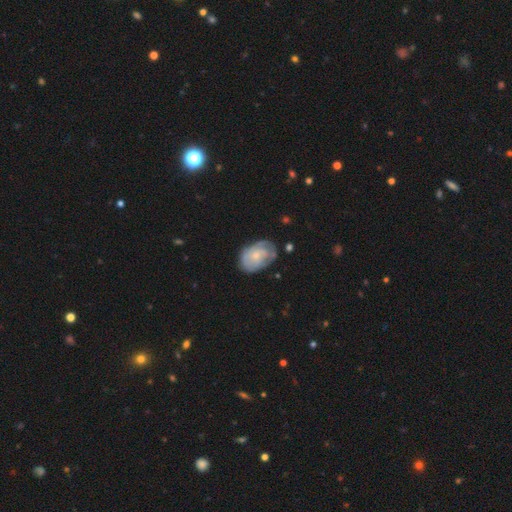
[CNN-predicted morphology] smooth_or_featured: featured or disk (p=0.58) [alt: smooth p=0.37]
disk_edge_on: no (p=0.96) [alt: yes p=0.04]
bar: no (p=0.80) [alt: weak p=0.18]
has_spiral_arms: yes (p=0.66) [alt: no p=0.34]
bulge_size: small (p=0.64) [alt: moderate p=0.29]
merging: none (p=0.58) [alt: minor disturbance p=0.28]